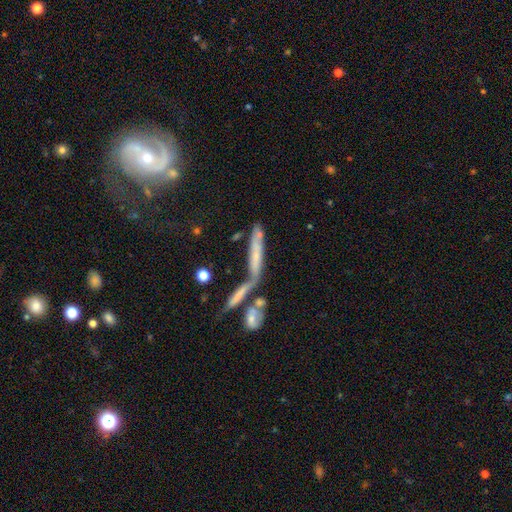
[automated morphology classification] Smooth or featured? smooth (45%)
Merging? merger (41%)